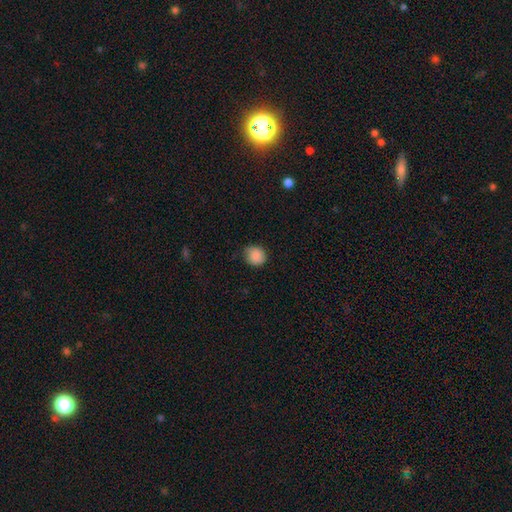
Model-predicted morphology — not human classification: Smooth or featured?
  - smooth: 88% *
  - star or artifact: 8%
  - featured or disk: 4%
How rounded?
  - round: 85% *
  - in between: 14%
  - cigar-shaped: 1%
Merging?
  - none: 76% *
  - minor disturbance: 19%
  - major disturbance: 3%
  - merger: 1%